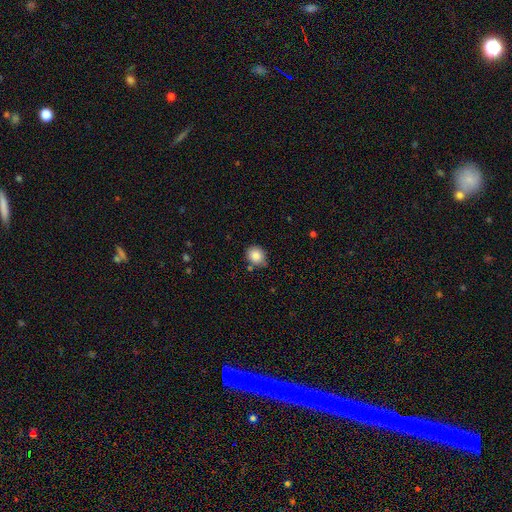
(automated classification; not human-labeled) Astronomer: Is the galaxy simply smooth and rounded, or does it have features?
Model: smooth — 87%.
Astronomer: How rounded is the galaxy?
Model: round — 69%.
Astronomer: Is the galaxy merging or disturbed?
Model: none — 74%.